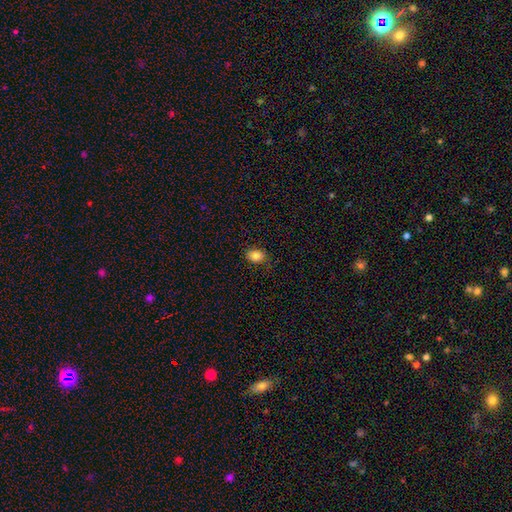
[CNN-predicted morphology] Smooth or featured?
  - smooth: 85% *
  - star or artifact: 10%
  - featured or disk: 5%
How rounded?
  - in between: 64% *
  - round: 35%
  - cigar-shaped: 1%
Merging?
  - none: 79% *
  - minor disturbance: 16%
  - major disturbance: 4%
  - merger: 1%